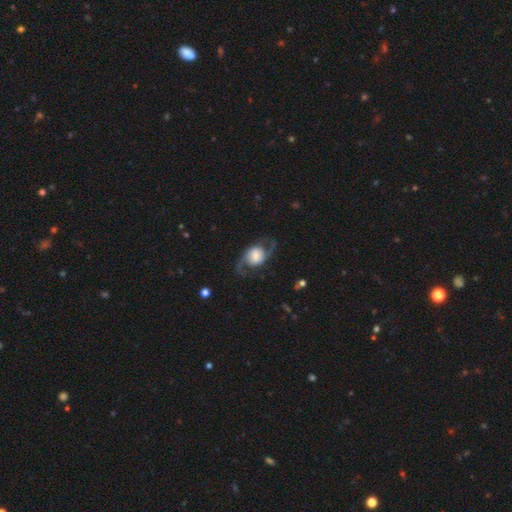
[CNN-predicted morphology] Smooth or featured: featured or disk — 80% (smooth — 14%)
Edge-on disk: no — 96% (yes — 4%)
Bar: no — 58% (weak — 31%)
Spiral arms: yes — 94% (no — 6%)
Spiral winding: loose — 54% (medium — 37%)
Spiral arm count: 2 — 93% (can't tell — 2%)
Bulge size: large — 34% (moderate — 23%)
Merging: none — 73% (minor disturbance — 14%)